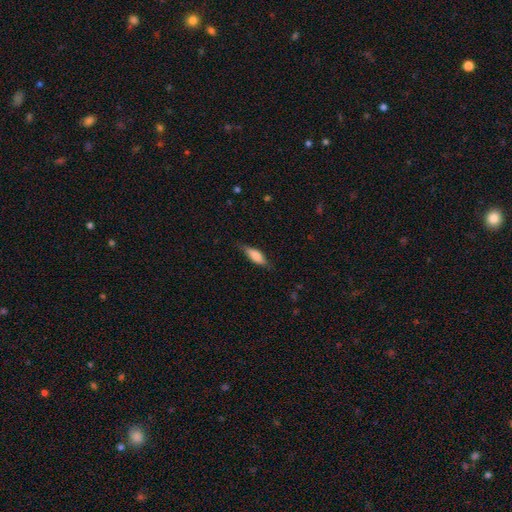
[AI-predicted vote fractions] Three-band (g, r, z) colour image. It shows a smooth galaxy with no disk features (74%) that is in between round and cigar-shaped (60%). Merging: none (73%).